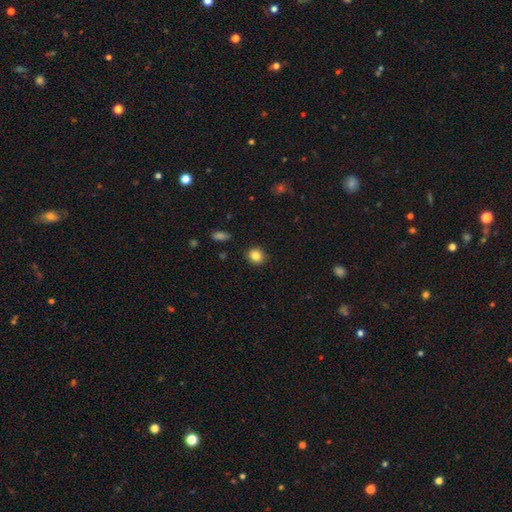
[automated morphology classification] smooth_or_featured: smooth (p=0.84) [alt: star or artifact p=0.10]
how_rounded: round (p=0.80) [alt: in between p=0.19]
merging: none (p=0.90) [alt: minor disturbance p=0.07]